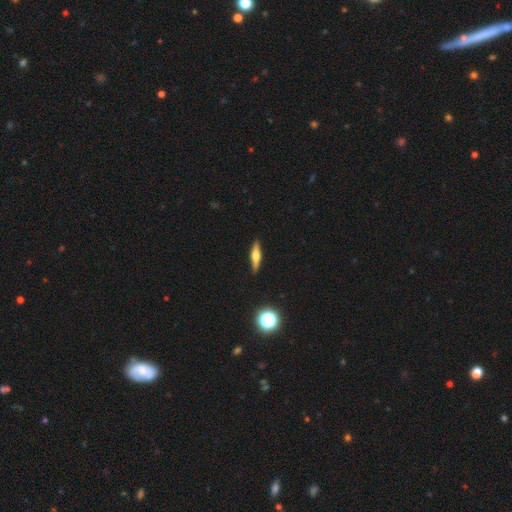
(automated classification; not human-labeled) featured or disk 56%, smooth 37%, star or artifact 8%. Down the decision tree: edge-on disk — yes (94%); edge-on bulge — rounded (90%); merging — none (90%).